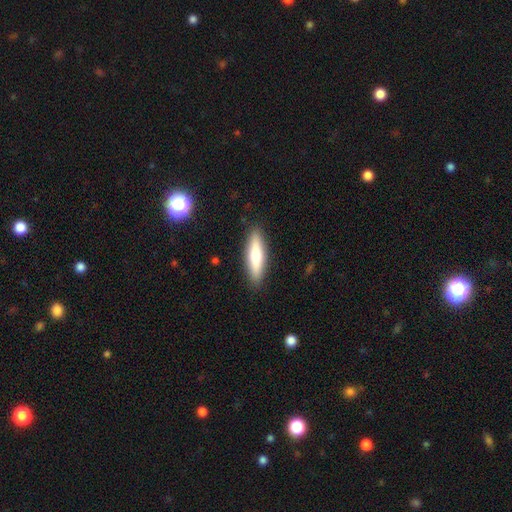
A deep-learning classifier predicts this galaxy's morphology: Overall: smooth (68%). How rounded: cigar-shaped (68%; in between 31%). Merging: none (89%).